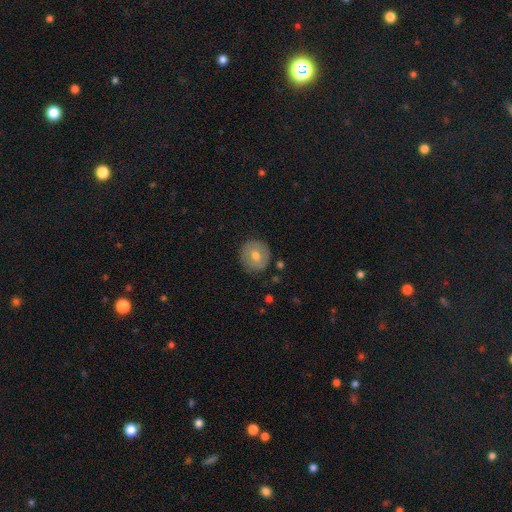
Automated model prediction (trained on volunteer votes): This appears to be a smooth galaxy with no disk features (66%) that is round (92%). Merging: none (88%).